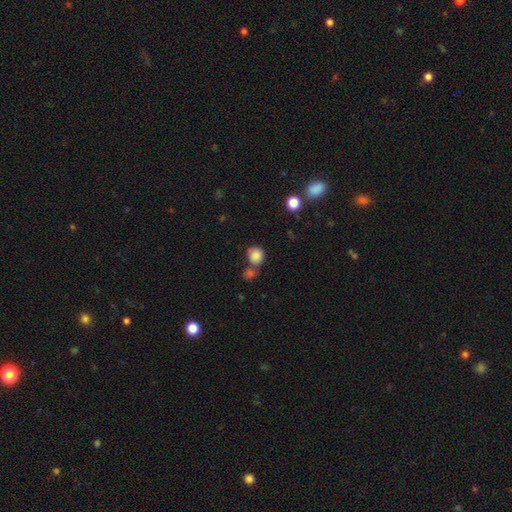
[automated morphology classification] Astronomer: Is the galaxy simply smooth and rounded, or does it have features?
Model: smooth — 85%.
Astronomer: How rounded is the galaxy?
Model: round — 83%.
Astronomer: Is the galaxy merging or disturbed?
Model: none — 56%.